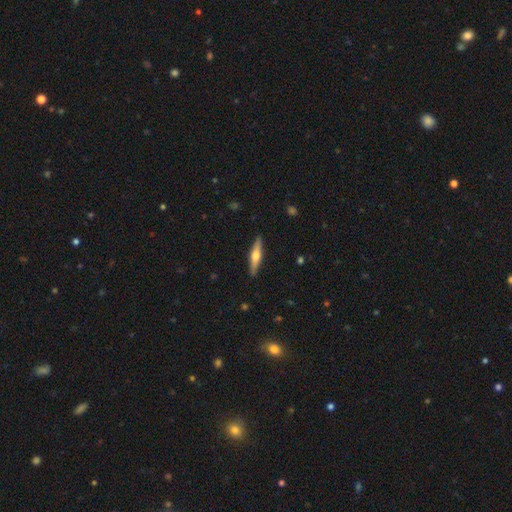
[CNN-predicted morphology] This appears to be a featured or disk galaxy (59%) viewed edge-on (96%) with a rounded central bulge (93%). Merging: none (91%).